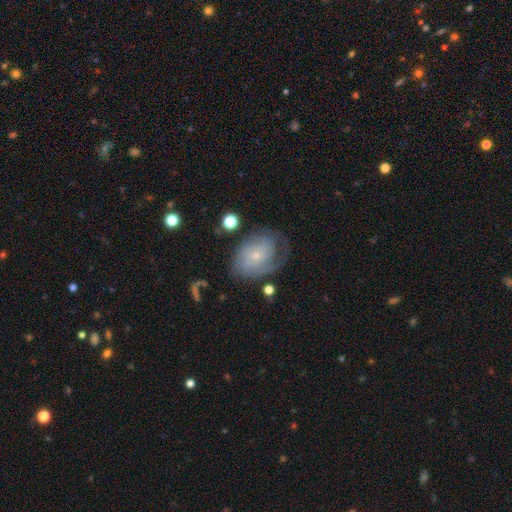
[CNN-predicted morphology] Smooth or featured? Predicted: featured or disk (p=0.67). Edge-on disk? Predicted: no (p=0.96). Bar? Predicted: no (p=0.75). Spiral arms? Predicted: yes (p=0.83). Spiral winding? Predicted: tight (p=0.56). Spiral arm count? Predicted: can't tell (p=0.44). Bulge size? Predicted: small (p=0.75). Merging? Predicted: none (p=0.54).